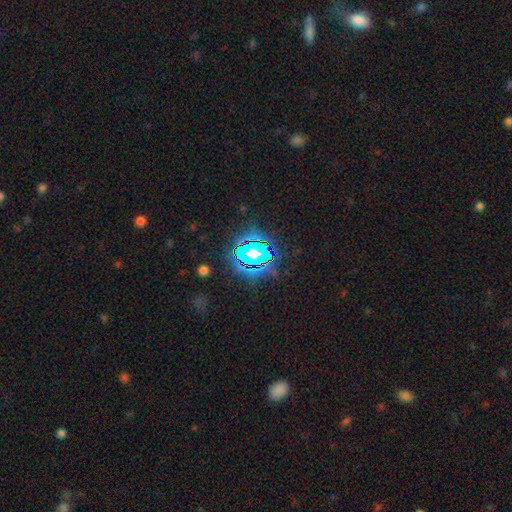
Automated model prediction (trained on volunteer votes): The model was most divided on "smooth or featured": star or artifact: 58%, smooth: 26%, featured or disk: 16%.